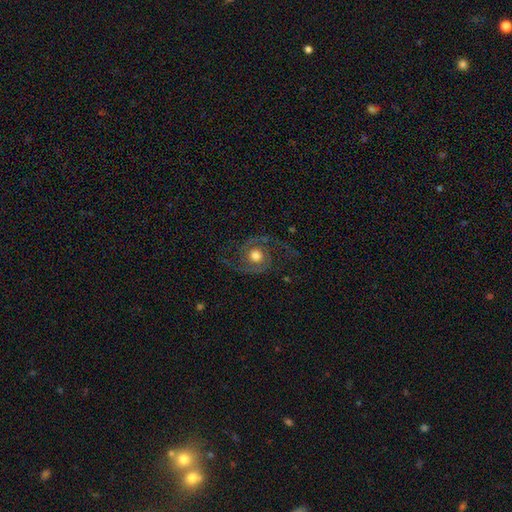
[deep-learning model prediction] Q: Smooth or featured?
A: featured or disk (83%); runner-up: smooth (10%)
Q: Edge-on disk?
A: no (97%); runner-up: yes (3%)
Q: Bar?
A: no (75%); runner-up: weak (20%)
Q: Spiral arms?
A: yes (95%); runner-up: no (5%)
Q: Spiral winding?
A: medium (53%); runner-up: loose (26%)
Q: Spiral arm count?
A: 2 (92%); runner-up: can't tell (2%)
Q: Bulge size?
A: moderate (65%); runner-up: large (25%)
Q: Merging?
A: none (72%); runner-up: minor disturbance (14%)